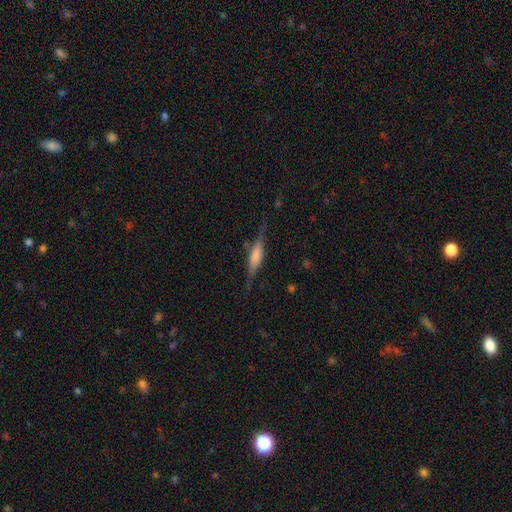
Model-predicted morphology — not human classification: Smooth or featured?
  - featured or disk: 62% *
  - smooth: 30%
  - star or artifact: 7%
Edge-on disk?
  - yes: 96% *
  - no: 4%
Edge-on bulge?
  - rounded: 46% *
  - boxy: 45%
  - none: 9%
Merging?
  - none: 77% *
  - minor disturbance: 16%
  - major disturbance: 5%
  - merger: 2%